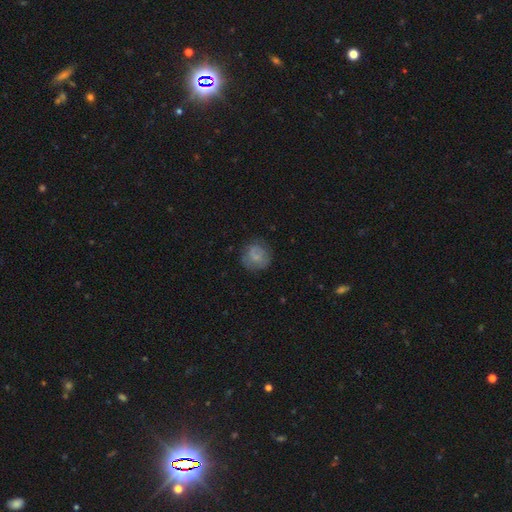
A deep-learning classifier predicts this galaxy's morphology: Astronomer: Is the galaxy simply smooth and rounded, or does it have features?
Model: smooth — 67%.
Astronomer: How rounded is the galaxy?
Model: round — 88%.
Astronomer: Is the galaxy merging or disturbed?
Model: none — 73%.